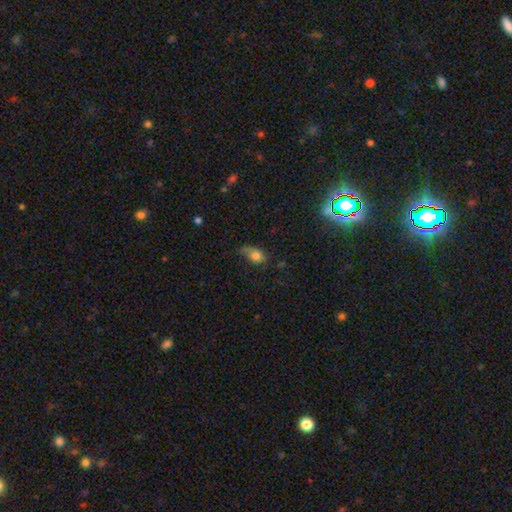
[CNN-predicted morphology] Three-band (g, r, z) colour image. It shows a smooth galaxy with no disk features (76%) that is in between round and cigar-shaped (67%). Merging: none (45%).